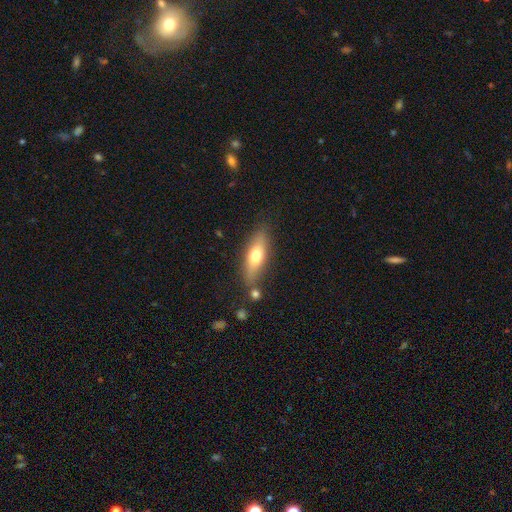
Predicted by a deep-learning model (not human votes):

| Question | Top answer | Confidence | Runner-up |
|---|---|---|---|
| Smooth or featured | smooth | 62% | featured or disk (31%) |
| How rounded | in between | 52% | cigar-shaped (45%) |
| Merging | none | 74% | minor disturbance (15%) |